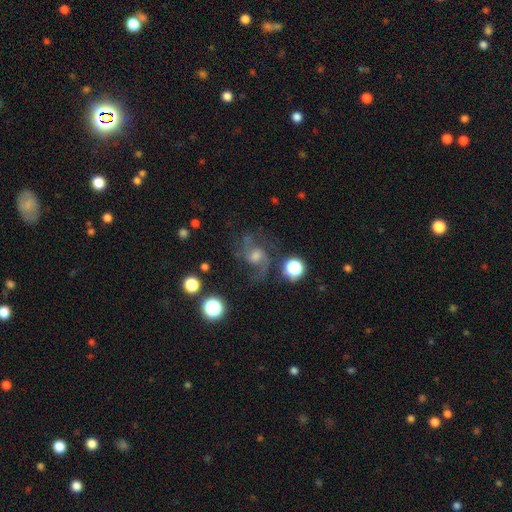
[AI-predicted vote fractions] Q: Smooth or featured?
A: featured or disk (72%); runner-up: star or artifact (17%)
Q: Edge-on disk?
A: no (97%); runner-up: yes (3%)
Q: Bar?
A: no (56%); runner-up: weak (37%)
Q: Spiral arms?
A: yes (95%); runner-up: no (5%)
Q: Spiral winding?
A: medium (51%); runner-up: loose (35%)
Q: Spiral arm count?
A: 2 (65%); runner-up: 3 (12%)
Q: Bulge size?
A: moderate (51%); runner-up: small (34%)
Q: Merging?
A: none (69%); runner-up: minor disturbance (15%)